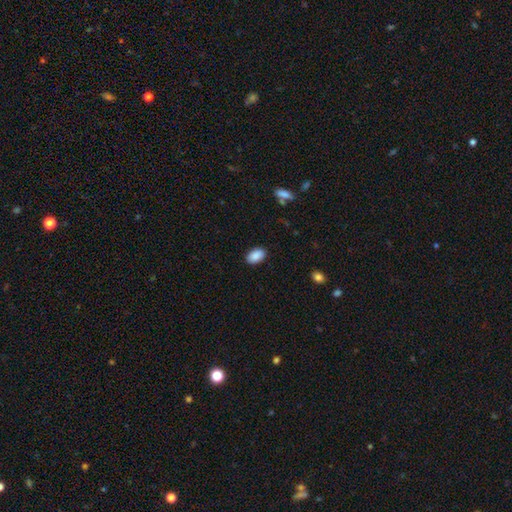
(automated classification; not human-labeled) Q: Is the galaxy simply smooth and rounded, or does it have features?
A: smooth — 89%.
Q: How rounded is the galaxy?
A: in between — 92%.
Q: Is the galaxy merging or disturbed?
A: none — 88%.